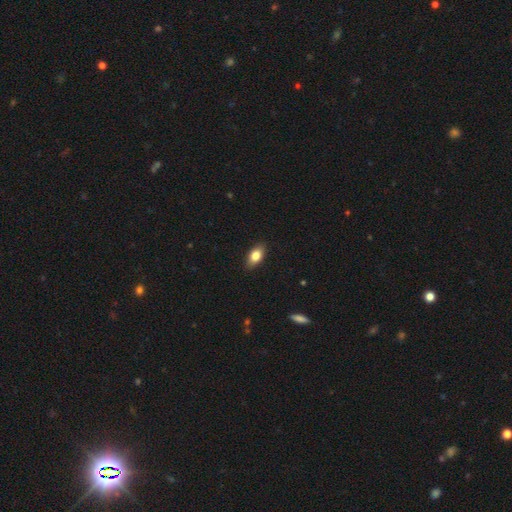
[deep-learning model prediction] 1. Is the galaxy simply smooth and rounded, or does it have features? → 80% smooth, 12% featured or disk, 7% star or artifact.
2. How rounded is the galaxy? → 87% in between, 7% round, 7% cigar-shaped.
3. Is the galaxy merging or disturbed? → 87% none, 10% minor disturbance, 2% major disturbance, 1% merger.